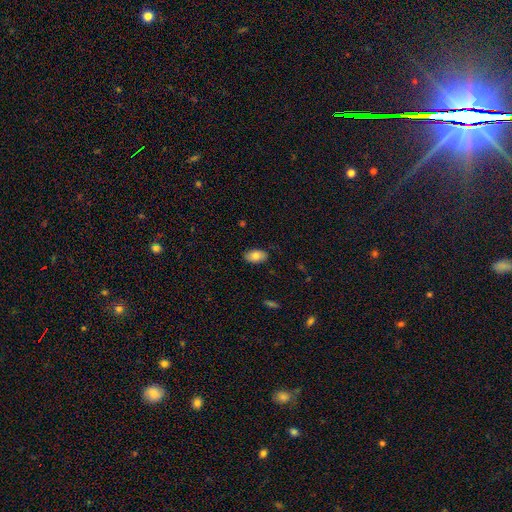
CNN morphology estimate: smooth-or-featured: smooth: 82% | featured or disk: 11% | star or artifact: 7%
  how-rounded: in between: 94% | round: 4% | cigar-shaped: 2%
  merging: none: 86% | minor disturbance: 11% | major disturbance: 2% | merger: 1%